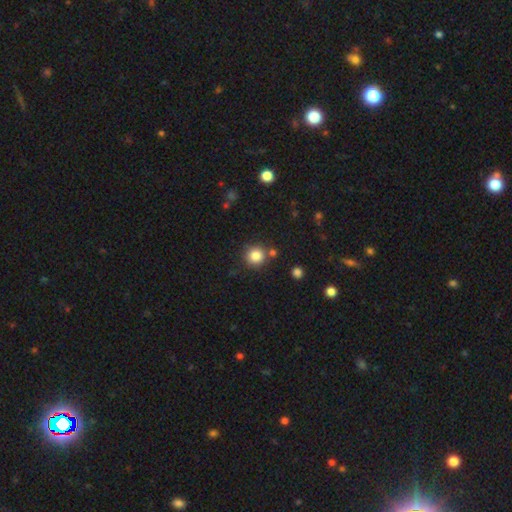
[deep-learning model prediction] smooth_or_featured: smooth (p=0.84) [alt: star or artifact p=0.11]
how_rounded: round (p=0.92) [alt: in between p=0.07]
merging: none (p=0.80) [alt: merger p=0.09]